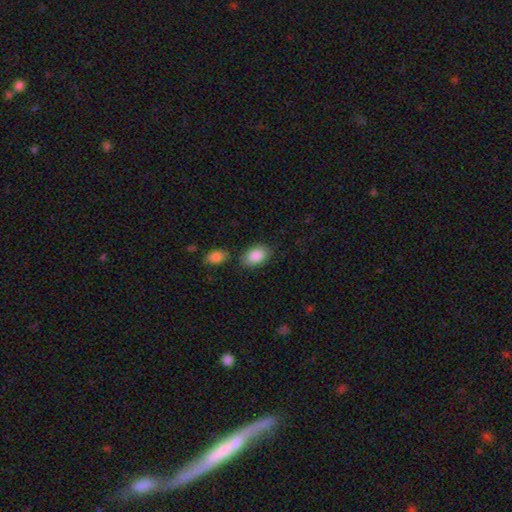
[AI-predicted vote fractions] This appears to be a smooth galaxy with no disk features (88%) that is in between round and cigar-shaped (90%). Merging: none (76%).